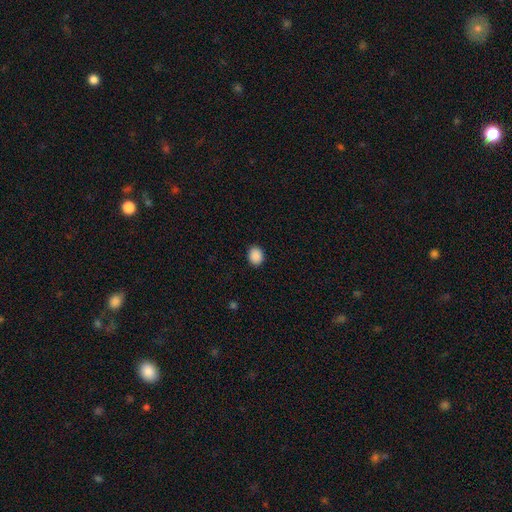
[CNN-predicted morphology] type=smooth (89%); roundness=round (59%); merging=none (90%).